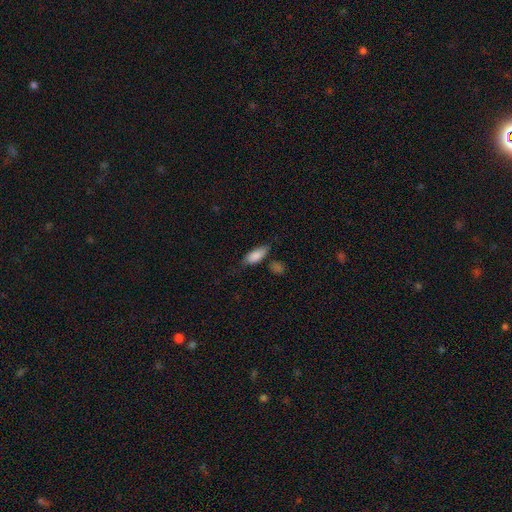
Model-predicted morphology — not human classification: Smooth or featured: smooth — 83% (featured or disk — 10%)
How rounded: in between — 80% (cigar-shaped — 17%)
Merging: none — 61% (minor disturbance — 26%)